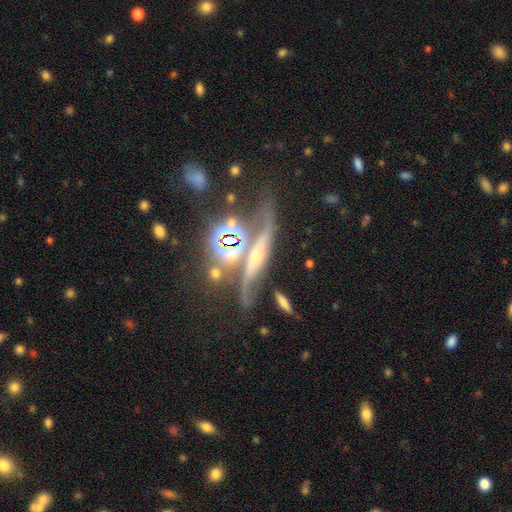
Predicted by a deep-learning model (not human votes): Q: Smooth or featured?
A: featured or disk (51%); runner-up: smooth (25%)
Q: Edge-on disk?
A: yes (61%); runner-up: no (39%)
Q: Merging?
A: none (50%); runner-up: minor disturbance (21%)